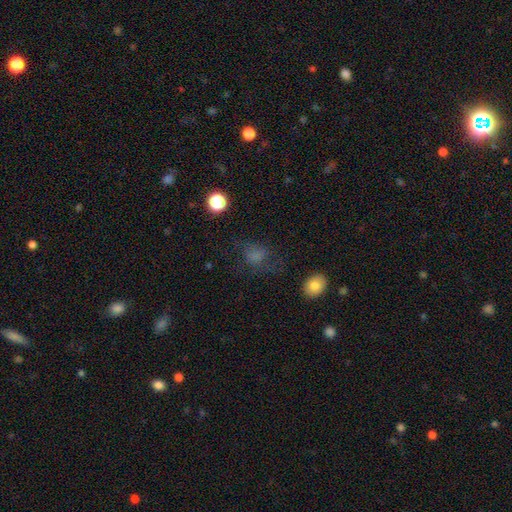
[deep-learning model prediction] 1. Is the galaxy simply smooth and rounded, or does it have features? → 63% smooth, 21% star or artifact, 16% featured or disk.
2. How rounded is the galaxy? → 55% round, 43% in between, 2% cigar-shaped.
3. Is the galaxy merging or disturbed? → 53% none, 24% major disturbance, 20% minor disturbance, 3% merger.